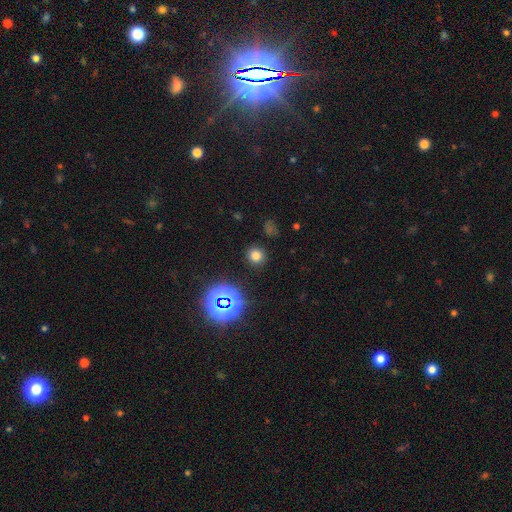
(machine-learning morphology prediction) Overall: smooth (71%). How rounded: round (89%). Merging: none (88%).